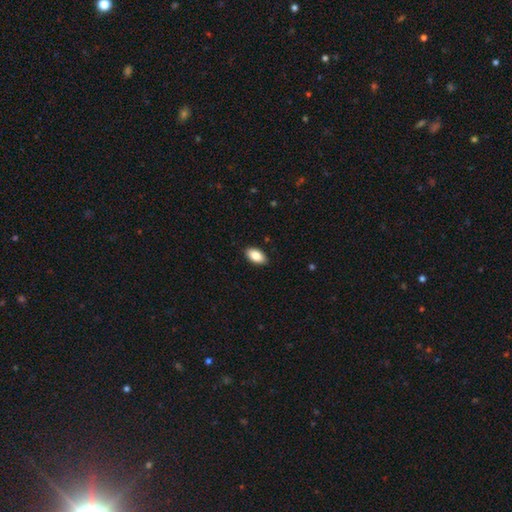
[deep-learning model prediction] A smooth galaxy with no disk features (86%) that is in between round and cigar-shaped (94%).

Vote fractions:
- Smooth or featured? smooth: 86% / featured or disk: 7% / star or artifact: 7%
- How rounded? in between: 94% / round: 3% / cigar-shaped: 3%
- Merging? none: 89% / minor disturbance: 8% / major disturbance: 2% / merger: 1%